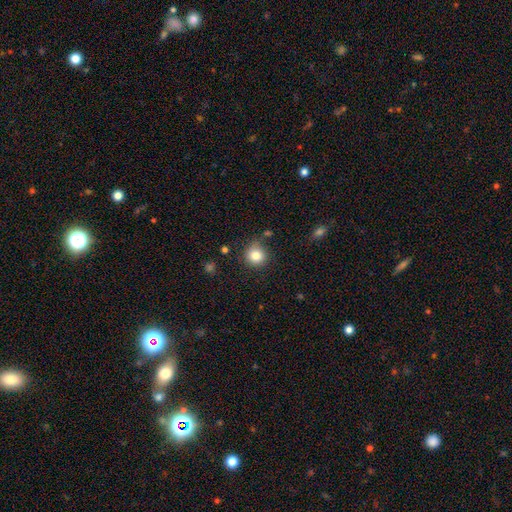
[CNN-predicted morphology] smooth 82%, star or artifact 11%, featured or disk 7%. Down the decision tree: how rounded — round (90%); merging — none (78%).